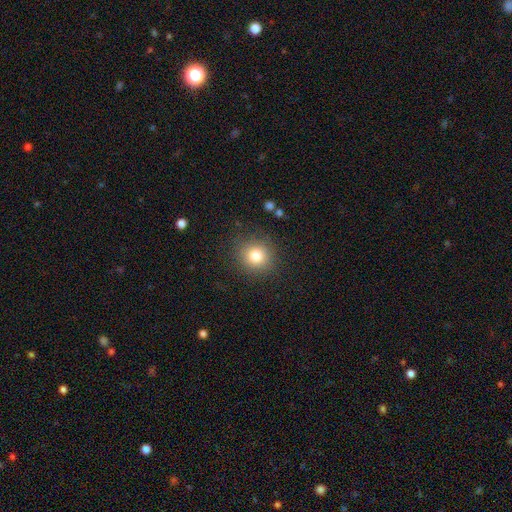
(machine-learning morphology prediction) This is clearly a smooth galaxy (80%). How rounded: clearly round (89%). Merging: clearly none (87%).